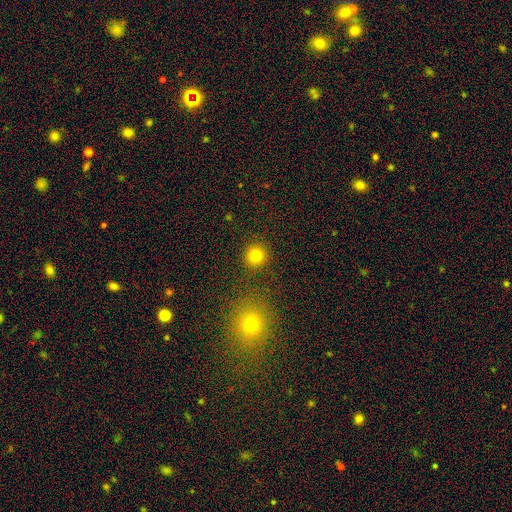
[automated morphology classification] This appears to be a smooth galaxy with no disk features (81%) that is round (94%). Merging: none (89%).